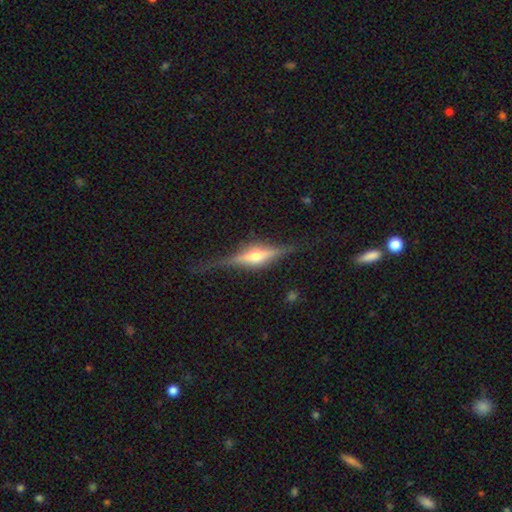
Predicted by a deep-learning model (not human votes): smooth_or_featured: featured or disk (p=0.79) [alt: smooth p=0.14]
disk_edge_on: yes (p=0.97) [alt: no p=0.03]
edge_on_bulge: rounded (p=0.90) [alt: boxy p=0.07]
merging: none (p=0.82) [alt: minor disturbance p=0.12]